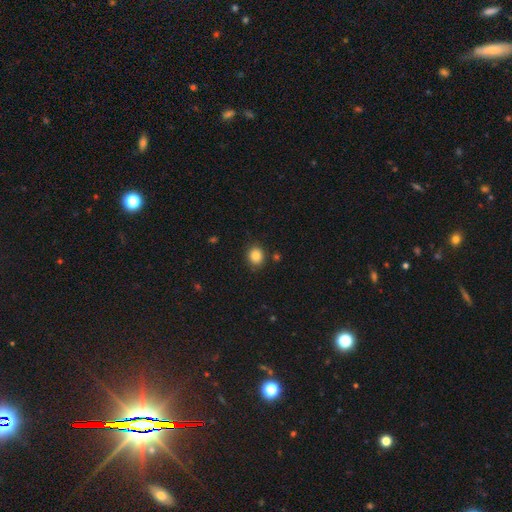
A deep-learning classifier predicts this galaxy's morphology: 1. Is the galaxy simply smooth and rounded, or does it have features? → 85% smooth, 10% star or artifact, 6% featured or disk.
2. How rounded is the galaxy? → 67% round, 32% in between, 1% cigar-shaped.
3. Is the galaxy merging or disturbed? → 86% none, 9% minor disturbance, 2% major disturbance, 2% merger.